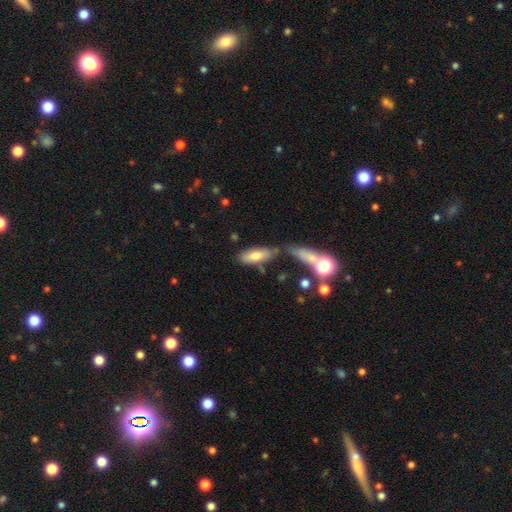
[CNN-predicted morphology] Smooth or featured? Predicted: smooth (p=0.71). How rounded? Predicted: in between (p=0.64). Merging? Predicted: none (p=0.55).